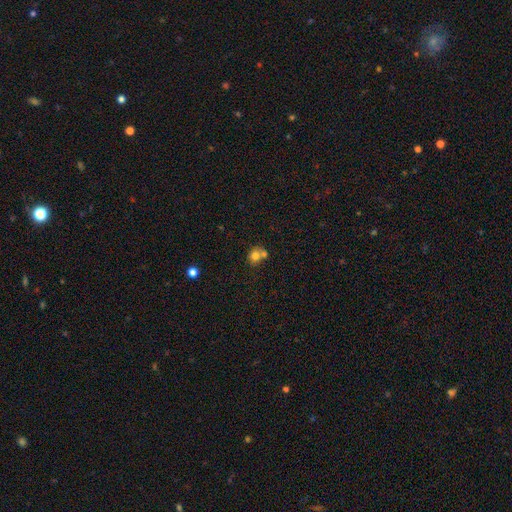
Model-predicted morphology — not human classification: The model was most divided on "merging": merger: 46%, none: 41%, minor disturbance: 9%, major disturbance: 4%. More confident: how rounded — round (76%); smooth or featured — smooth (75%).